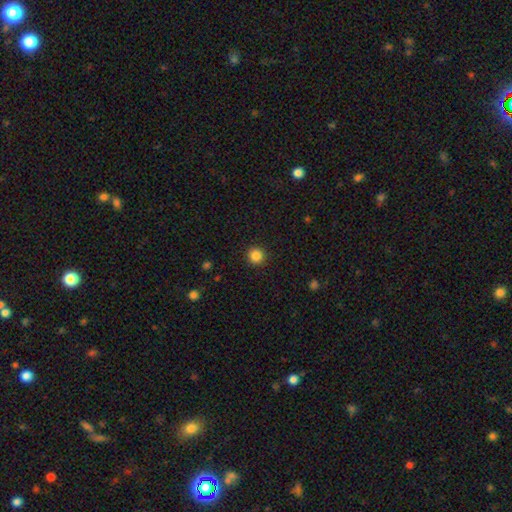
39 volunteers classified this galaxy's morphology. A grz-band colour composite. It shows a smooth galaxy with no disk features (90%) that is round (94%). Merging: none (92%).